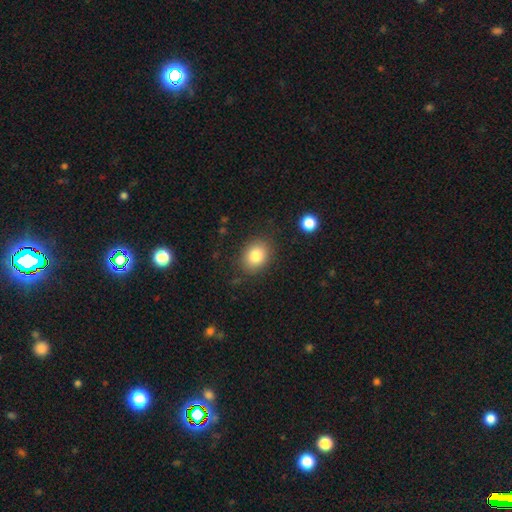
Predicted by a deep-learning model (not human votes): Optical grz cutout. It shows a smooth galaxy with no disk features (81%) that is in between round and cigar-shaped (55%). Merging: none (84%).